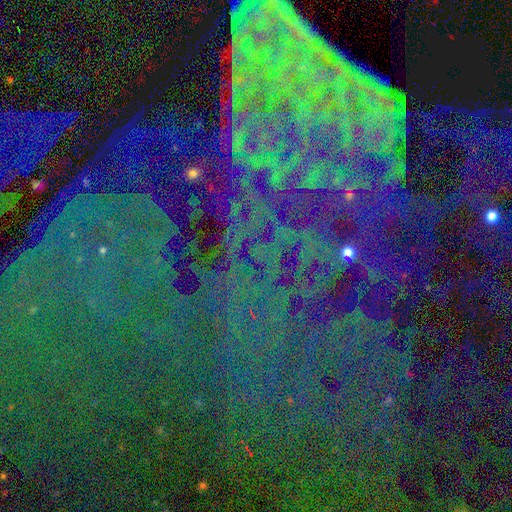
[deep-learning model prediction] Smooth or featured? star or artifact (83%)